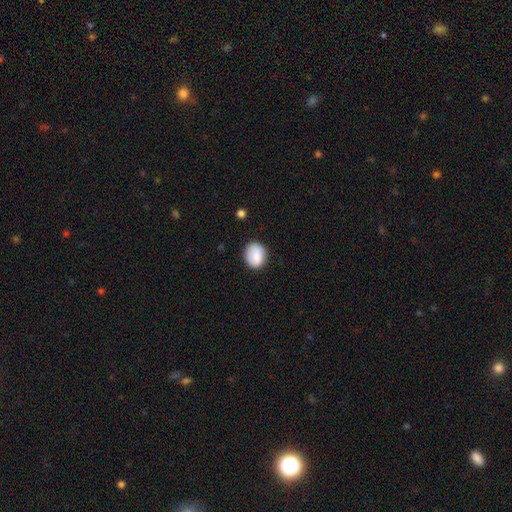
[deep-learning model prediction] Overall: smooth (86%). How rounded: round (59%; in between 40%). Merging: none (80%).